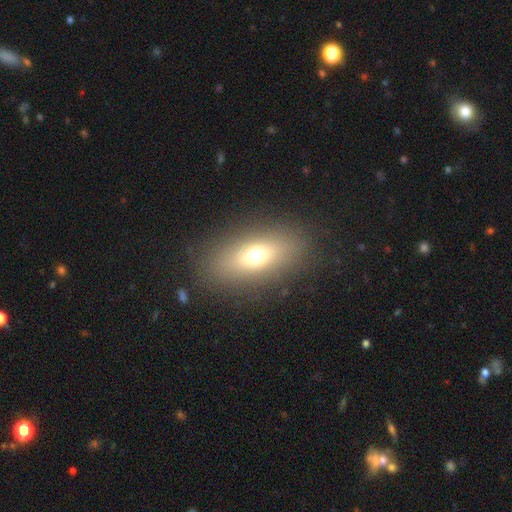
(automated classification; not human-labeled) smooth_or_featured: smooth (p=0.65) [alt: featured or disk p=0.22]
how_rounded: in between (p=0.76) [alt: cigar-shaped p=0.15]
merging: none (p=0.86) [alt: minor disturbance p=0.08]